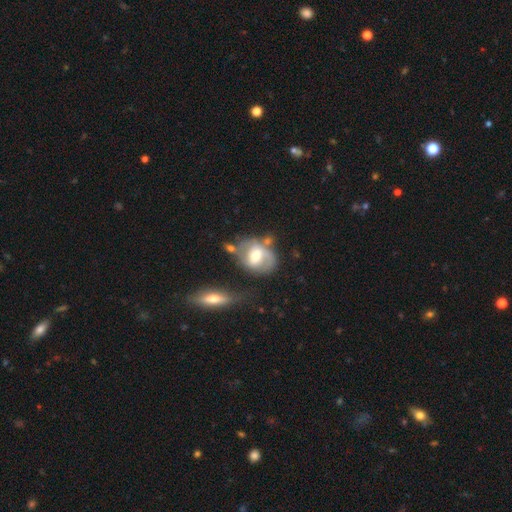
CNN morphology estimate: Smooth or featured?
  - featured or disk: 58% *
  - smooth: 35%
  - star or artifact: 7%
Edge-on disk?
  - no: 94% *
  - yes: 6%
Bar?
  - weak: 45% *
  - no: 32%
  - strong: 22%
Spiral arms?
  - yes: 67% *
  - no: 33%
Bulge size?
  - moderate: 67% *
  - small: 17%
  - large: 13%
  - none: 1%
  - dominant: 1%
Merging?
  - none: 45% *
  - minor disturbance: 22%
  - merger: 19%
  - major disturbance: 14%